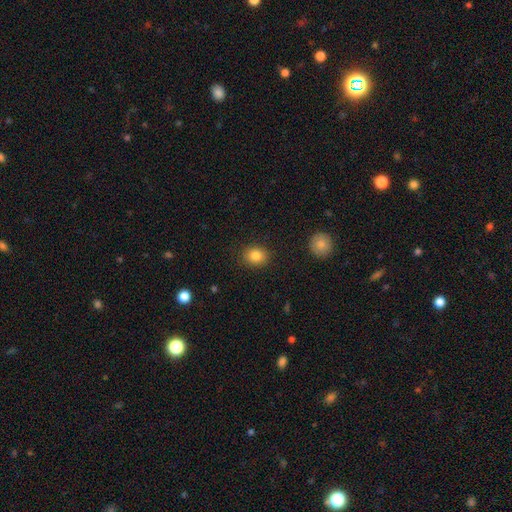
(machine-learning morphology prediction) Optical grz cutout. It shows a smooth galaxy with no disk features (84%) that is round (64%). Merging: none (88%).